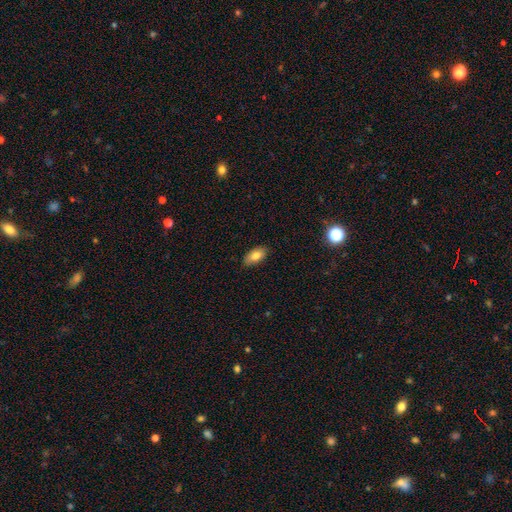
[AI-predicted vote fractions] This appears to be a smooth galaxy with no disk features (79%) that is in between round and cigar-shaped (90%). Merging: none (84%).